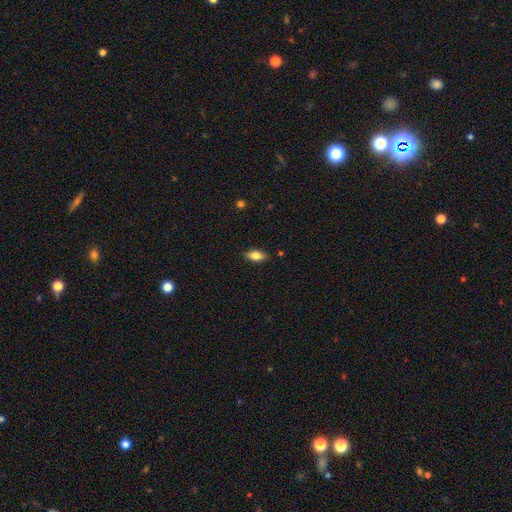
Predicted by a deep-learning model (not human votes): Smooth or featured? Predicted: smooth (p=0.71). How rounded? Predicted: in between (p=0.85). Merging? Predicted: none (p=0.85).